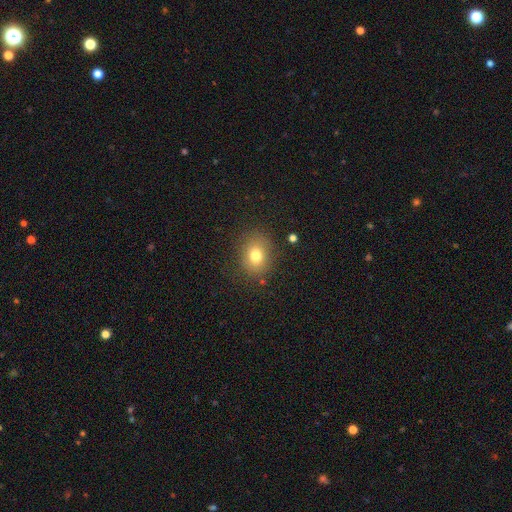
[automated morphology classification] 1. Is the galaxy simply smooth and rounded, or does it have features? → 76% smooth, 13% star or artifact, 11% featured or disk.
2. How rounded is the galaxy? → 56% round, 43% in between, 1% cigar-shaped.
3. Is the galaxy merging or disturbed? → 83% none, 12% minor disturbance, 4% major disturbance, 2% merger.